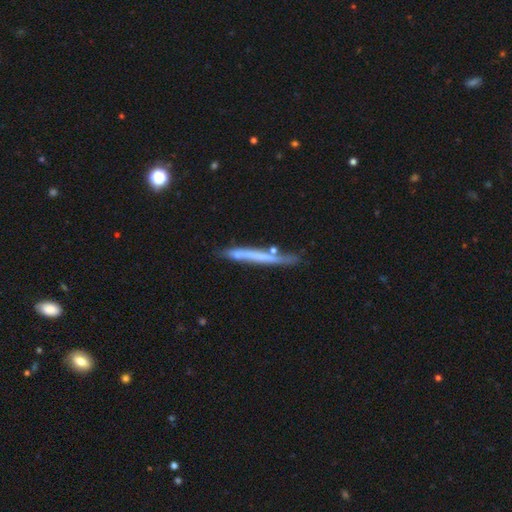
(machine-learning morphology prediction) Smooth or featured? featured or disk (49%)
Merging? none (70%)